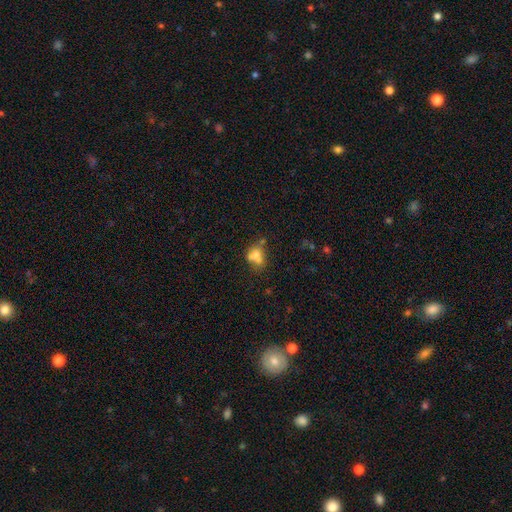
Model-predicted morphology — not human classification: Smooth or featured?
  - smooth: 63% *
  - featured or disk: 23%
  - star or artifact: 14%
How rounded?
  - in between: 57% *
  - round: 41%
  - cigar-shaped: 3%
Merging?
  - merger: 40% *
  - none: 33%
  - minor disturbance: 16%
  - major disturbance: 11%